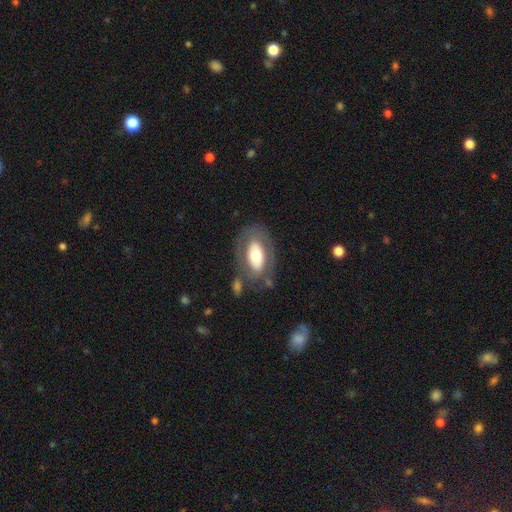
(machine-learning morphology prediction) Overall: smooth (50%; featured or disk 44%). Merging: none (66%).